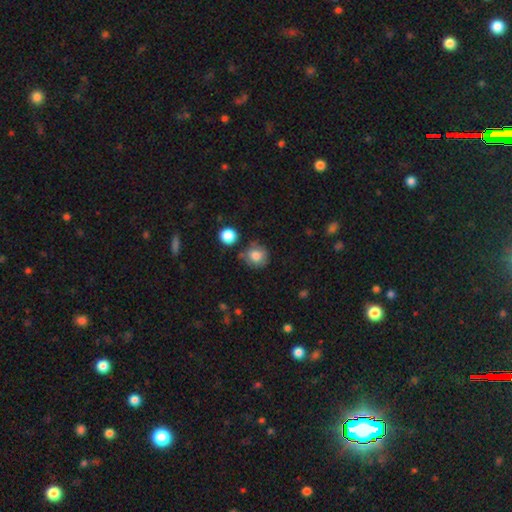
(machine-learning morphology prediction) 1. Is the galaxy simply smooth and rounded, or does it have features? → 80% smooth, 10% featured or disk, 10% star or artifact.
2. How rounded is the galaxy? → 87% round, 12% in between, 1% cigar-shaped.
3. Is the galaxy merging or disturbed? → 71% none, 17% minor disturbance, 7% merger, 5% major disturbance.